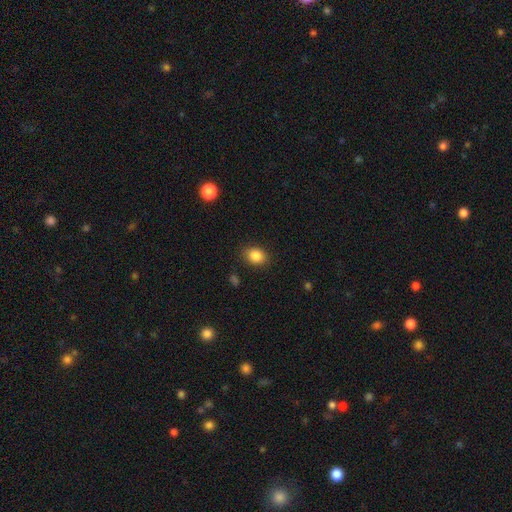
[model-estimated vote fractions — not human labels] Smooth or featured? smooth (85%)
How rounded? in between (59%)
Merging? none (86%)